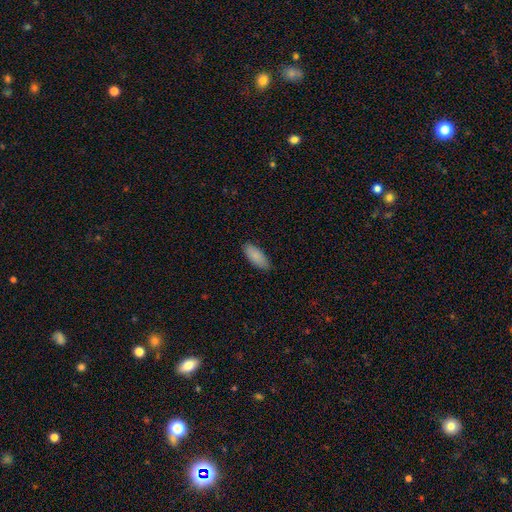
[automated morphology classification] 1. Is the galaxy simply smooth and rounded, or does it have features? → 88% smooth, 6% featured or disk, 6% star or artifact.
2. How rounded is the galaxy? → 84% in between, 15% cigar-shaped, 2% round.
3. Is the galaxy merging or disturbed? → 83% none, 13% minor disturbance, 2% major disturbance, 1% merger.